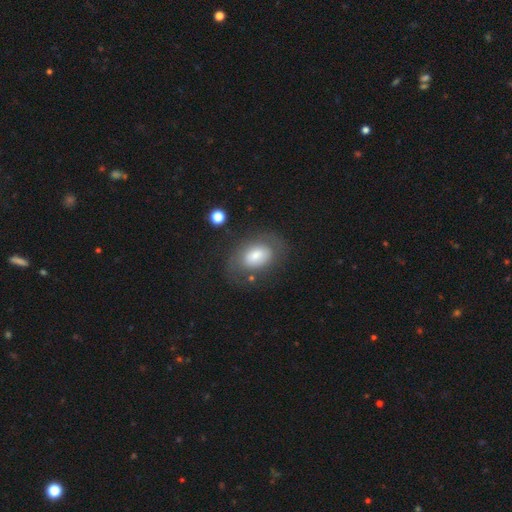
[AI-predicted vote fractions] This is possibly a smooth galaxy (59%). How rounded: clearly in between (82%). Merging: possibly none (58%).